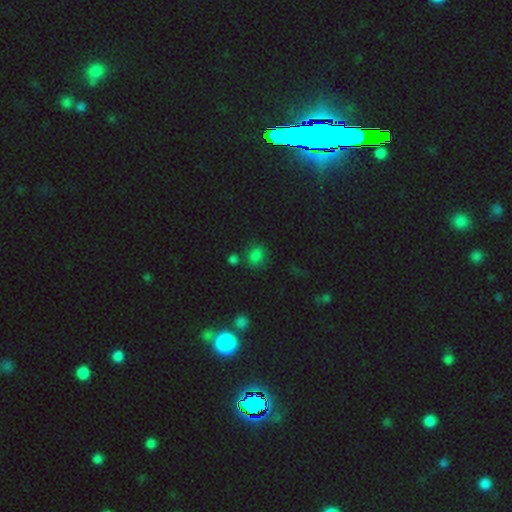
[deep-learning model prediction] A smooth galaxy with no disk features (73%) that is round (63%). Merging: none (66%).